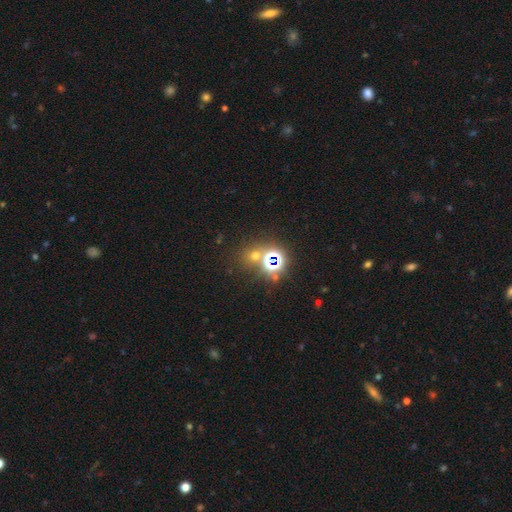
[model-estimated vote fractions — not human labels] The model was most divided on "smooth or featured": star or artifact: 50%, smooth: 41%, featured or disk: 9%.